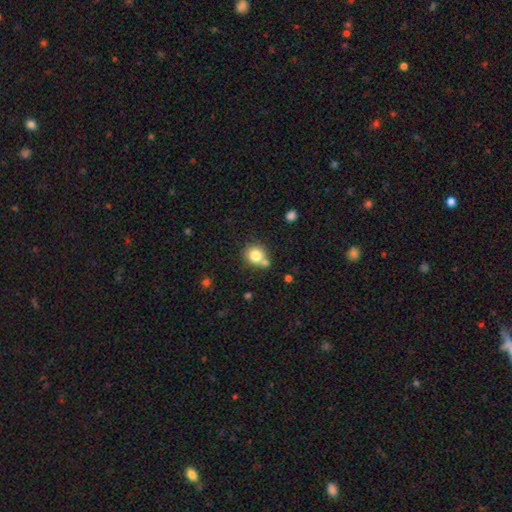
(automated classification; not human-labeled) Smooth or featured: smooth — 81% (star or artifact — 11%)
How rounded: round — 86% (in between — 13%)
Merging: none — 60% (merger — 24%)